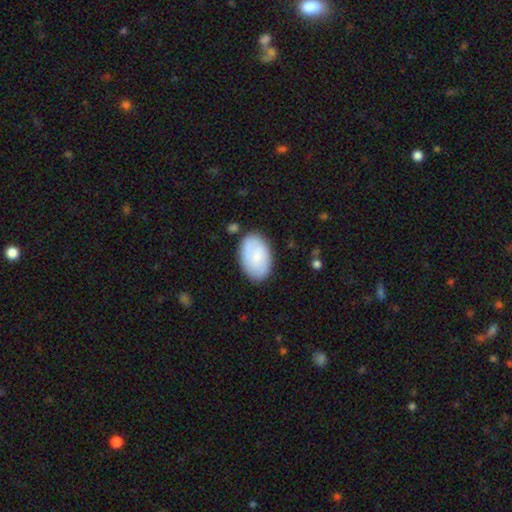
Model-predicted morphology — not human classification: smooth-or-featured: smooth: 73% | featured or disk: 21% | star or artifact: 6%
  how-rounded: in between: 93% | round: 6% | cigar-shaped: 1%
  merging: none: 80% | minor disturbance: 14% | merger: 3% | major disturbance: 3%